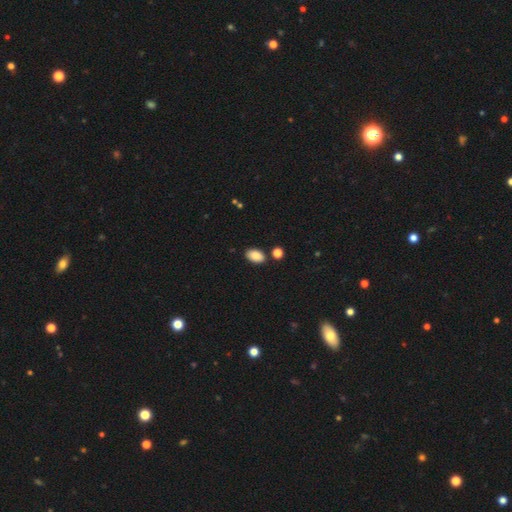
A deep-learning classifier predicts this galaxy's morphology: smooth_or_featured: smooth (p=0.87) [alt: star or artifact p=0.08]
how_rounded: in between (p=0.91) [alt: round p=0.07]
merging: none (p=0.83) [alt: minor disturbance p=0.09]